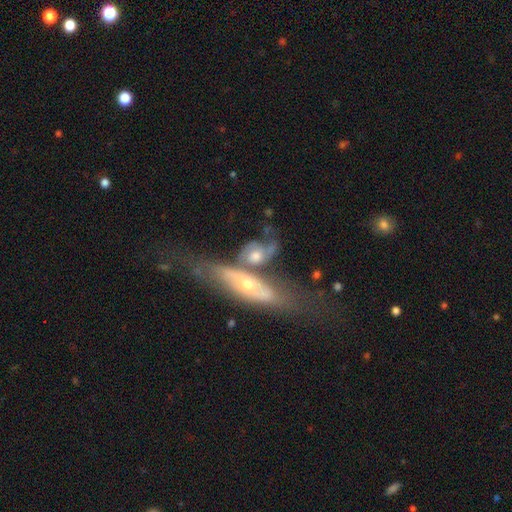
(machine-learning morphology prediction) This appears to be a featured or disk galaxy (65%). Merging: merger (51%).